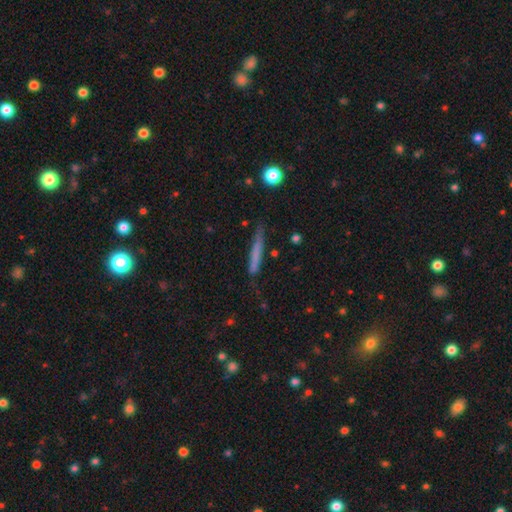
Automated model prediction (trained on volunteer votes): smooth_or_featured: smooth (p=0.66) [alt: featured or disk p=0.27]
how_rounded: cigar-shaped (p=0.94) [alt: in between p=0.04]
merging: none (p=0.70) [alt: minor disturbance p=0.22]